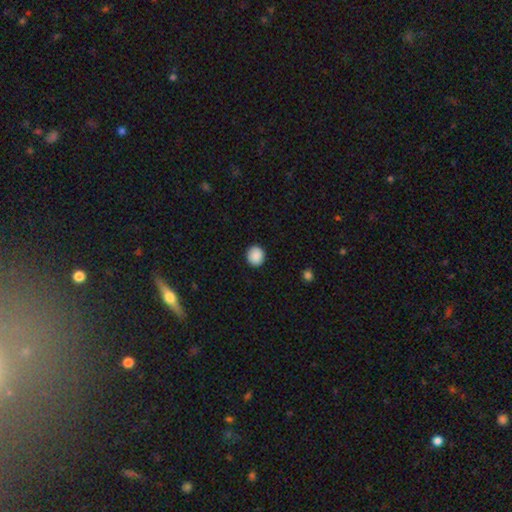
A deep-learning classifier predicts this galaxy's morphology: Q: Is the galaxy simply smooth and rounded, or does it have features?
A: smooth — 89%.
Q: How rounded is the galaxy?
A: round — 87%.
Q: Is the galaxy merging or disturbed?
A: none — 92%.